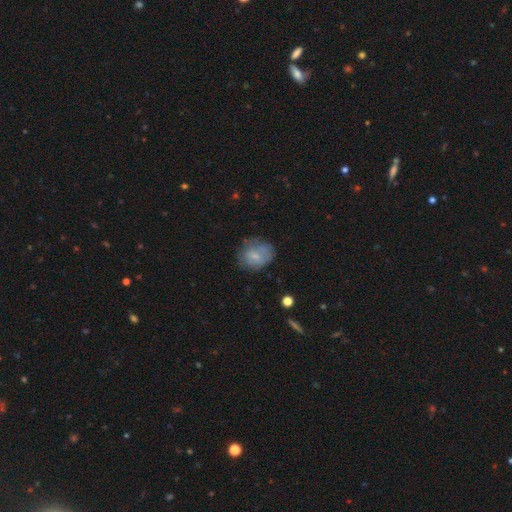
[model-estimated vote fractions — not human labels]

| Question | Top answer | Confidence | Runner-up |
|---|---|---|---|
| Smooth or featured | smooth | 63% | featured or disk (28%) |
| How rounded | round | 59% | in between (40%) |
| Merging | none | 61% | minor disturbance (25%) |